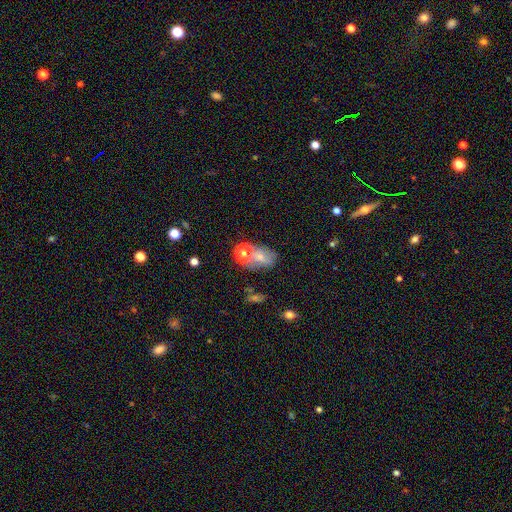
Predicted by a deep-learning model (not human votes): Smooth or featured?
  - smooth: 49% *
  - star or artifact: 26%
  - featured or disk: 26%
Merging?
  - none: 50% *
  - merger: 24%
  - minor disturbance: 17%
  - major disturbance: 9%